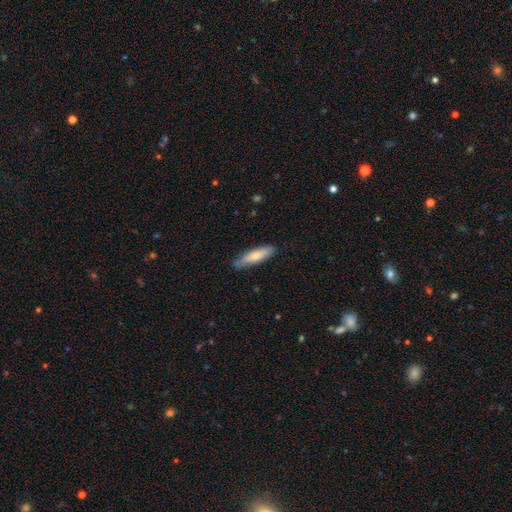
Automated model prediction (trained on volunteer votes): Smooth or featured?
  - smooth: 69% *
  - featured or disk: 25%
  - star or artifact: 5%
How rounded?
  - cigar-shaped: 75% *
  - in between: 24%
  - round: 2%
Merging?
  - none: 79% *
  - minor disturbance: 17%
  - major disturbance: 3%
  - merger: 1%